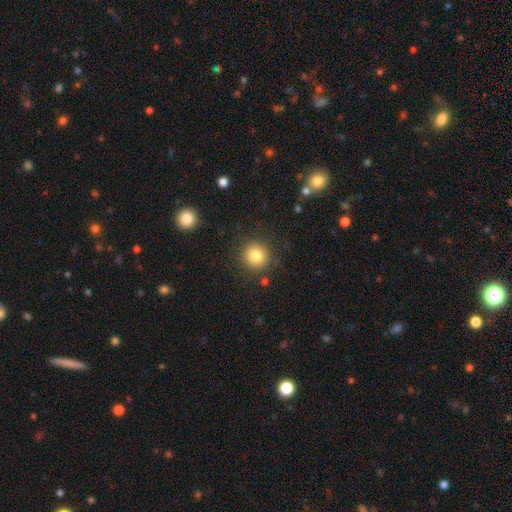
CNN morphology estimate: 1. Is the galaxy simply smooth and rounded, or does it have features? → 83% smooth, 11% star or artifact, 7% featured or disk.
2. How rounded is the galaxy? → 92% round, 7% in between, 1% cigar-shaped.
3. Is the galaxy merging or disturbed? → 87% none, 7% minor disturbance, 3% major disturbance, 2% merger.